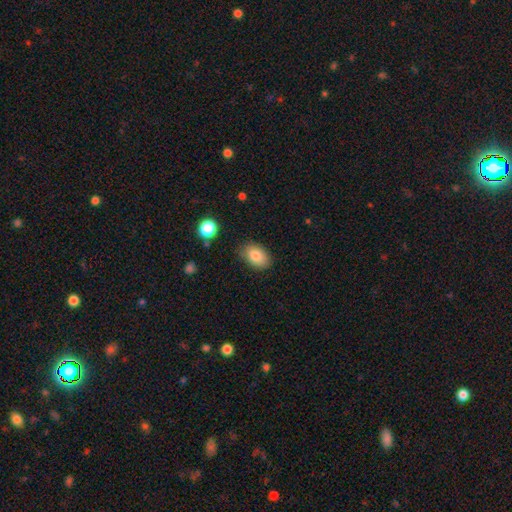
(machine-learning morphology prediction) This appears to be a smooth galaxy with no disk features (83%) that is in between round and cigar-shaped (87%). Merging: none (81%).